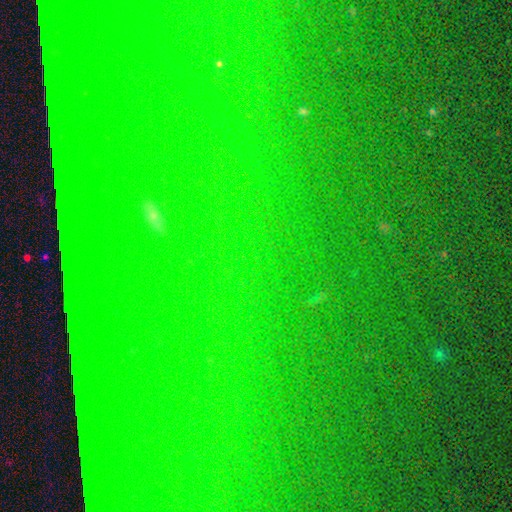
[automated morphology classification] Smooth or featured? Predicted: star or artifact (p=0.76).